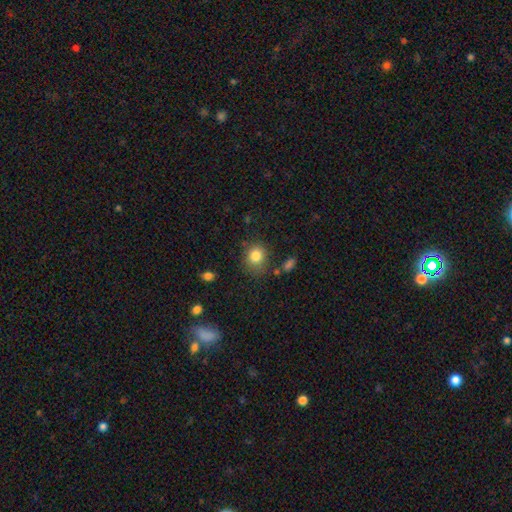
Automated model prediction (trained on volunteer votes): smooth 82%, star or artifact 11%, featured or disk 7%. Down the decision tree: how rounded — round (70%); merging — none (74%).